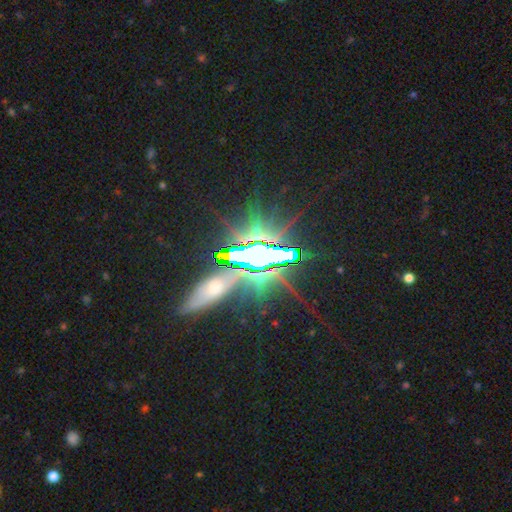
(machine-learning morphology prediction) type=star or artifact (79%).